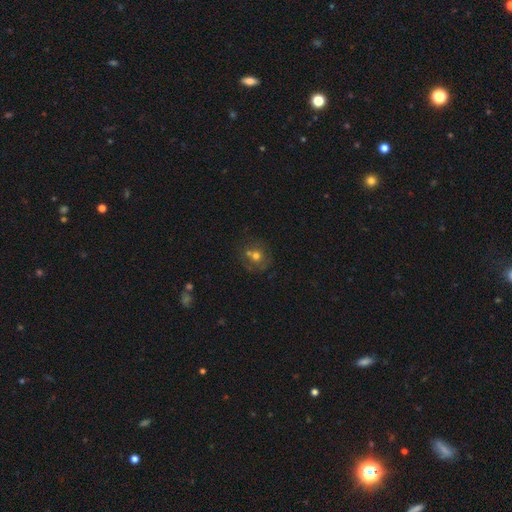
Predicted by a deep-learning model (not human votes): Smooth or featured? smooth (56%)
How rounded? round (83%)
Merging? none (49%)